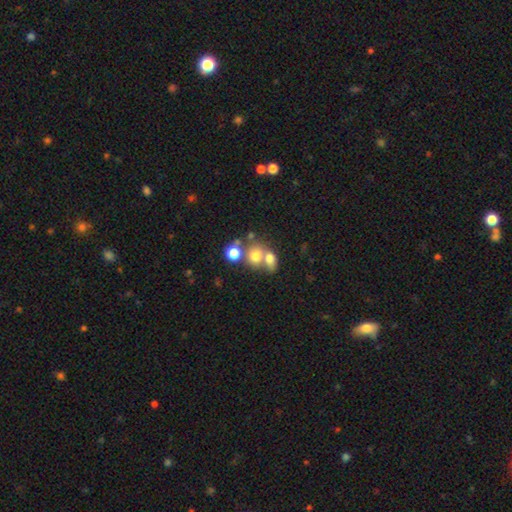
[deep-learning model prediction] Smooth or featured?
  - smooth: 71% *
  - featured or disk: 16%
  - star or artifact: 13%
How rounded?
  - round: 64% *
  - in between: 34%
  - cigar-shaped: 1%
Merging?
  - merger: 52% *
  - none: 35%
  - minor disturbance: 8%
  - major disturbance: 5%